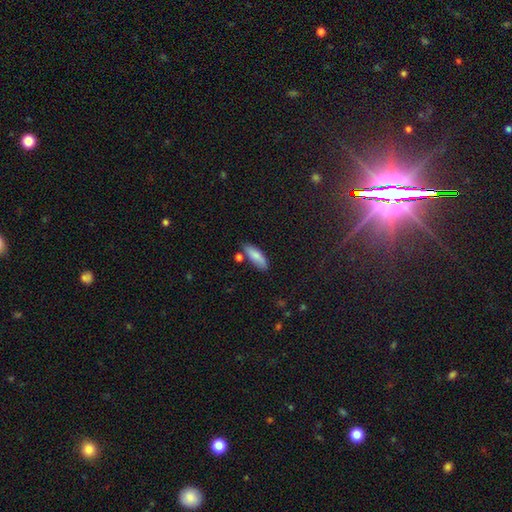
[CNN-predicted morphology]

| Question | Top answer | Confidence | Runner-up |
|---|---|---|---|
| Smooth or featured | smooth | 82% | featured or disk (12%) |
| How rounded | in between | 61% | cigar-shaped (37%) |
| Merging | none | 74% | minor disturbance (16%) |